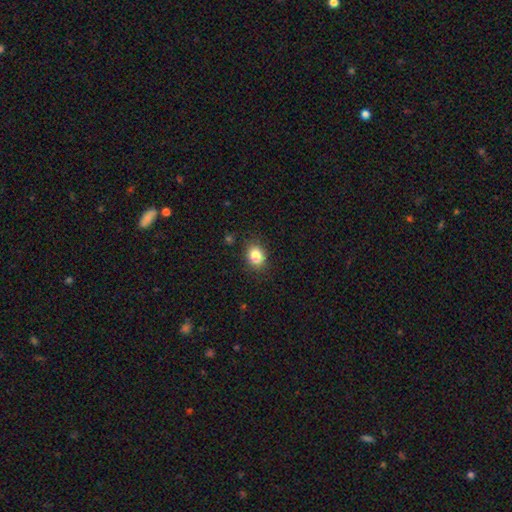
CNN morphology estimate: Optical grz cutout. It shows a smooth galaxy with no disk features (83%) that is in between round and cigar-shaped (55%). Merging: none (85%).